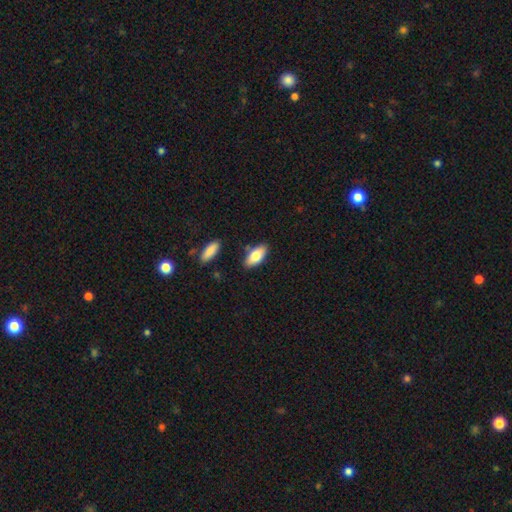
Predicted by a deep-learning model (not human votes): Smooth or featured? Predicted: smooth (p=0.78). How rounded? Predicted: in between (p=0.87). Merging? Predicted: none (p=0.81).